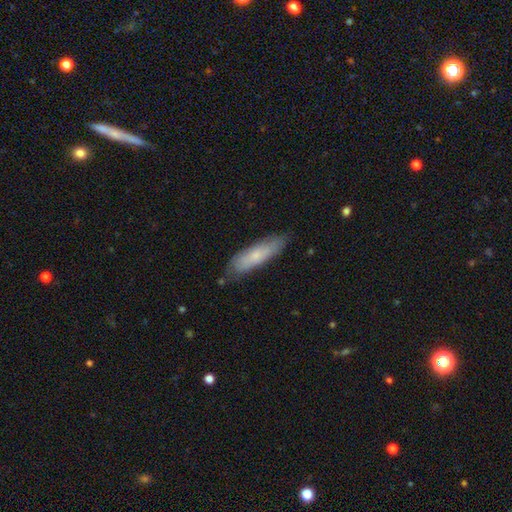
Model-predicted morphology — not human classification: A smooth galaxy with no disk features (68%) that is cigar-shaped (61%). Merging: none (75%).